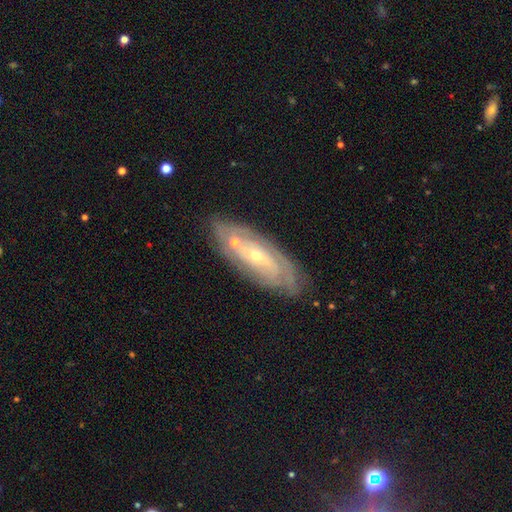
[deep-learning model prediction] smooth_or_featured: featured or disk (p=0.77) [alt: smooth p=0.15]
disk_edge_on: no (p=0.85) [alt: yes p=0.15]
bar: no (p=0.67) [alt: weak p=0.26]
has_spiral_arms: yes (p=0.84) [alt: no p=0.16]
spiral_winding: tight (p=0.68) [alt: medium p=0.24]
spiral_arm_count: can't tell (p=0.52) [alt: 2 p=0.22]
bulge_size: small (p=0.67) [alt: moderate p=0.30]
merging: none (p=0.74) [alt: minor disturbance p=0.16]